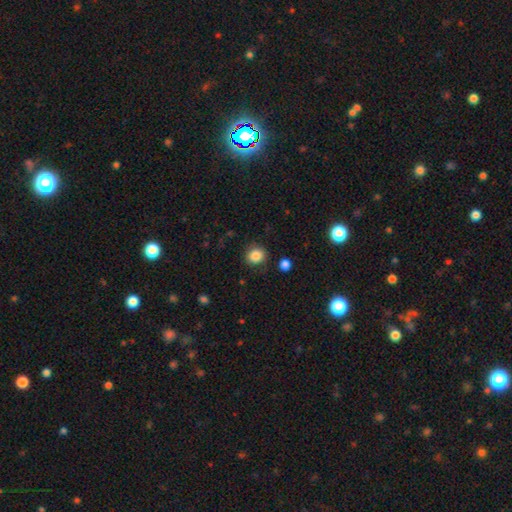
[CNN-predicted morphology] smooth 85%, star or artifact 10%, featured or disk 5%. Down the decision tree: how rounded — round (81%); merging — none (84%).